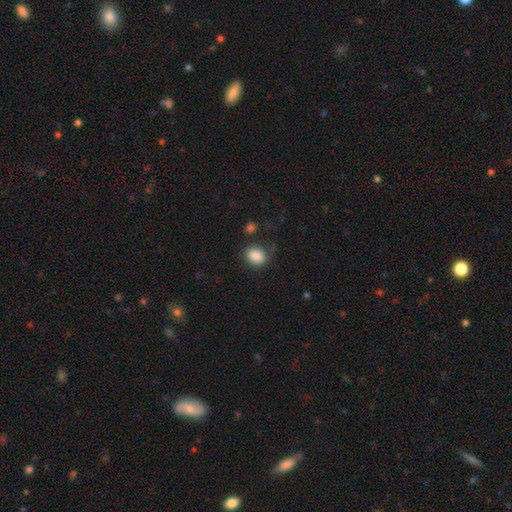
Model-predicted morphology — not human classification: Overall: smooth (87%). How rounded: in between (60%; round 39%). Merging: none (76%).